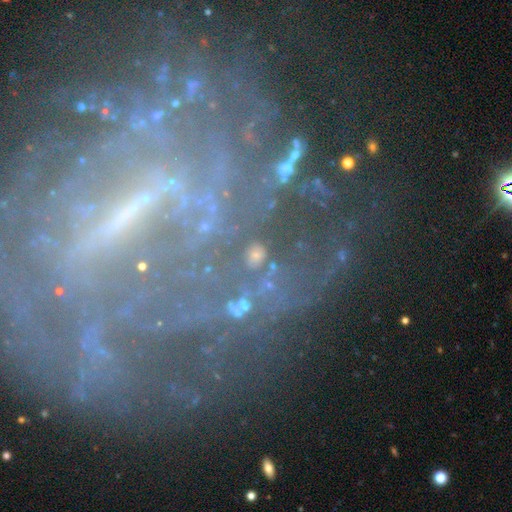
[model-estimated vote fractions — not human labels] Overall: star or artifact (44%; smooth 33%).